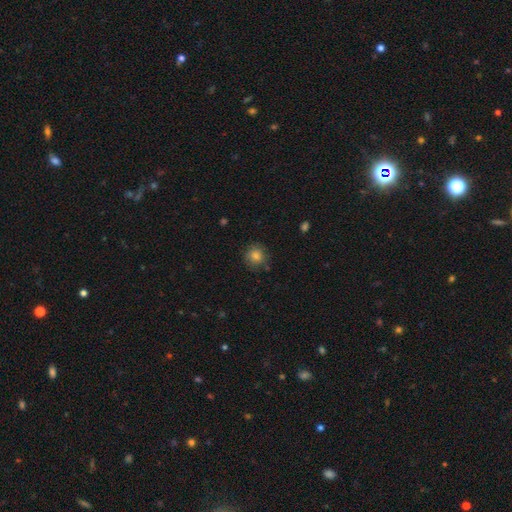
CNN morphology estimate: type=smooth (81%); roundness=round (89%); merging=none (82%).